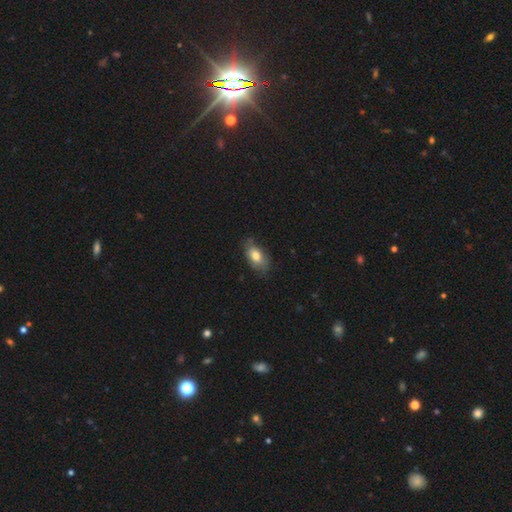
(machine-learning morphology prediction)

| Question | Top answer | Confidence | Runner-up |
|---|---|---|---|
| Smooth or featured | smooth | 76% | featured or disk (17%) |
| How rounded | in between | 89% | round (7%) |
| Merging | none | 68% | minor disturbance (26%) |